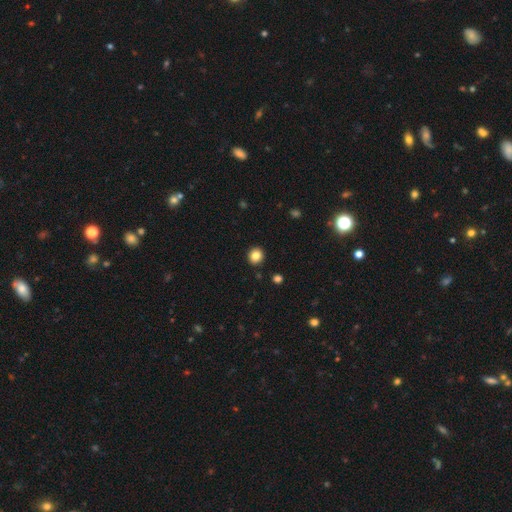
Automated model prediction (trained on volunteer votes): Smooth or featured?
  - smooth: 84% *
  - star or artifact: 11%
  - featured or disk: 6%
How rounded?
  - round: 89% *
  - in between: 10%
  - cigar-shaped: 1%
Merging?
  - none: 92% *
  - minor disturbance: 5%
  - major disturbance: 2%
  - merger: 1%